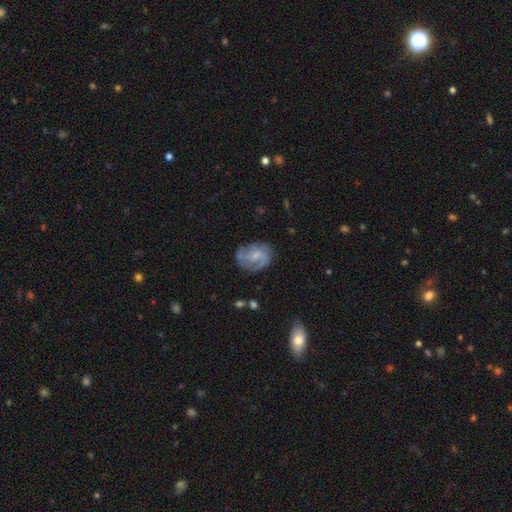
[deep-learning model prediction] A featured or disk galaxy (76%) with no bar (49%), 2 (60%) medium (49%) spiral arms (92%) and a small central bulge (53%). Merging: none (67%).